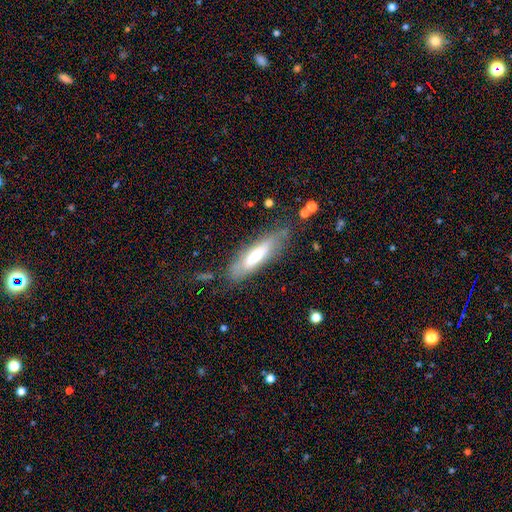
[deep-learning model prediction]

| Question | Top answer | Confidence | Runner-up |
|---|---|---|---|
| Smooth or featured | smooth | 49% | featured or disk (44%) |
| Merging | none | 73% | minor disturbance (19%) |